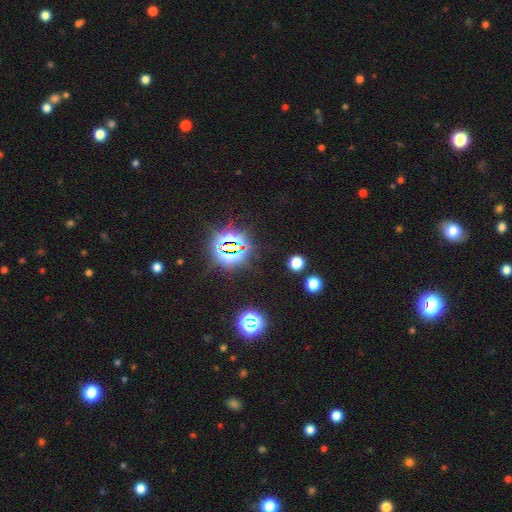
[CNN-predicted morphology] Smooth or featured? Predicted: star or artifact (p=0.83).